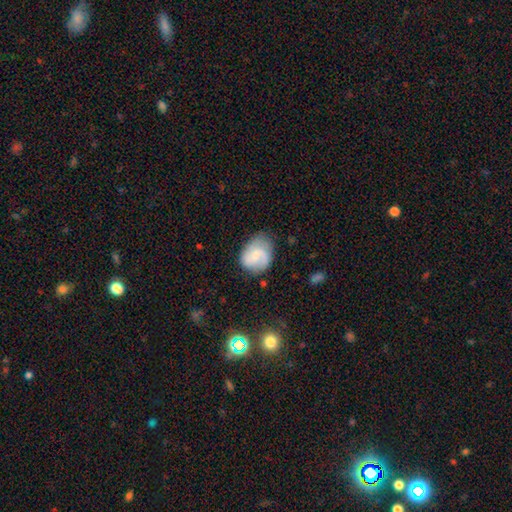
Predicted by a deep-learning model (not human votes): smooth-or-featured: featured or disk: 55% | smooth: 38% | star or artifact: 7%
  disk-edge-on: no: 98% | yes: 2%
    bar: no: 49% | weak: 44% | strong: 7%
    has-spiral-arms: yes: 88% | no: 12%
    bulge-size: small: 45% | moderate: 41% | none: 10% | large: 4% | dominant: 1%
  merging: none: 65% | minor disturbance: 25% | major disturbance: 8% | merger: 2%